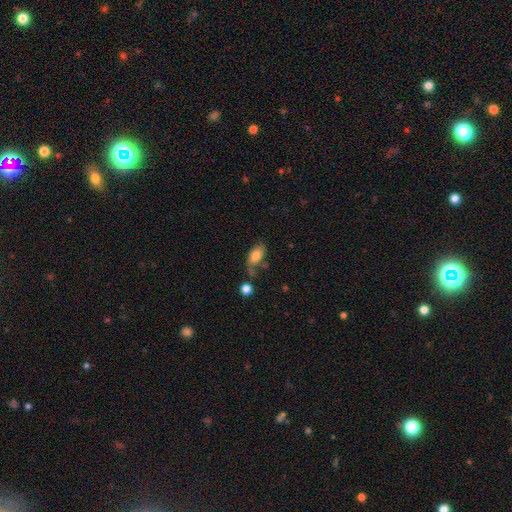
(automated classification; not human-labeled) smooth_or_featured: smooth (p=0.74) [alt: featured or disk p=0.18]
how_rounded: in between (p=0.89) [alt: round p=0.06]
merging: none (p=0.46) [alt: minor disturbance p=0.26]